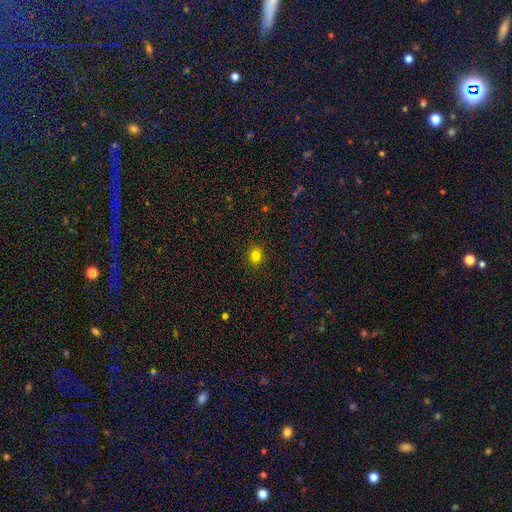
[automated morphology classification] Smooth or featured? smooth (81%)
How rounded? round (64%)
Merging? none (89%)